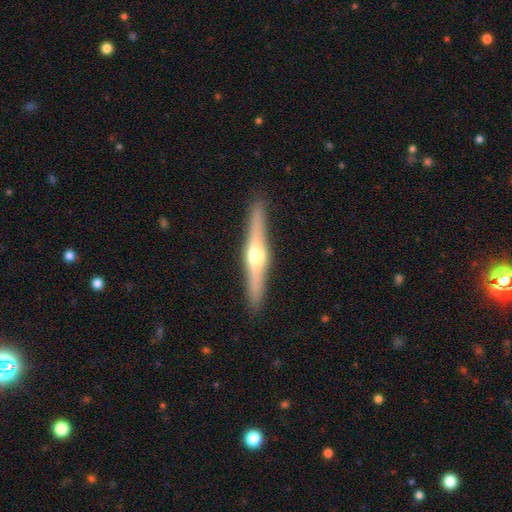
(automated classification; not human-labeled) This is likely a featured or disk galaxy (70%). It is clearly viewed edge-on (97%). Edge-on bulge: clearly rounded (92%). Merging: clearly none (91%).